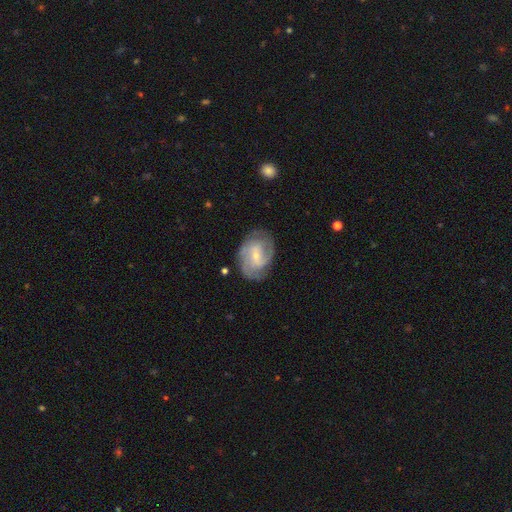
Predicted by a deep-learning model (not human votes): A featured or disk galaxy (80%) with a weak bar (46%), 2 (37%) medium (45%) spiral arms (94%) and a small central bulge (68%). Merging: none (74%).